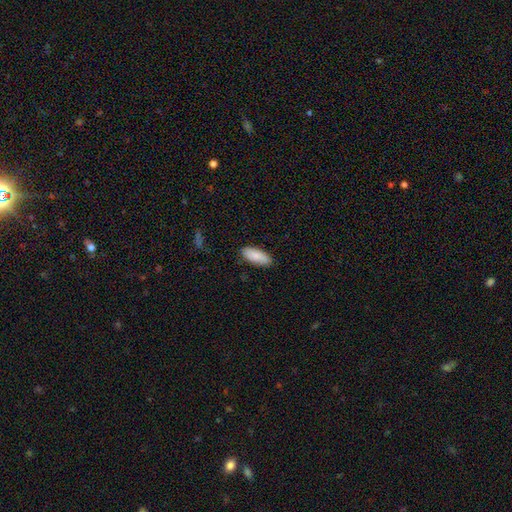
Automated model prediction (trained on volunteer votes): Morphology: type=smooth (86%); roundness=in between (84%); merging=none (86%).